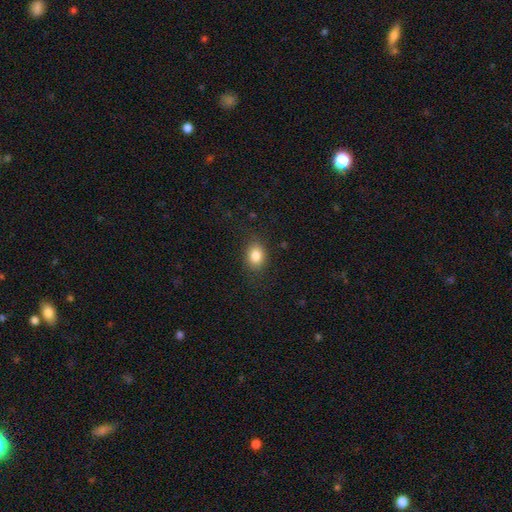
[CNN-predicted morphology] smooth 84%, star or artifact 9%, featured or disk 7%. Down the decision tree: how rounded — in between (62%); merging — none (83%).